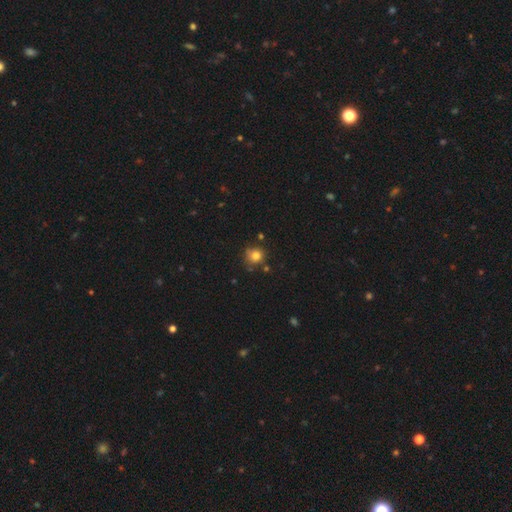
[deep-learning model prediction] Smooth or featured? smooth (79%)
How rounded? round (88%)
Merging? none (70%)